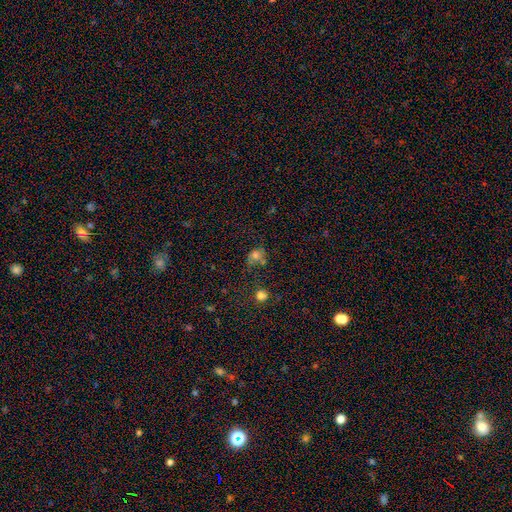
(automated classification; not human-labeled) A smooth galaxy with no disk features (66%) that is round (58%).

Vote fractions:
- Smooth or featured? smooth: 66% / star or artifact: 19% / featured or disk: 14%
- How rounded? round: 58% / in between: 41% / cigar-shaped: 2%
- Merging? none: 48% / minor disturbance: 23% / merger: 15% / major disturbance: 14%